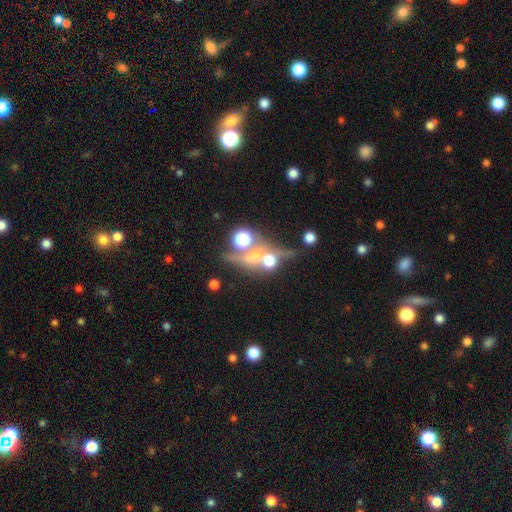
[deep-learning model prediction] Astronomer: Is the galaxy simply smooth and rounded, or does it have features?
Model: featured or disk — 39% (runner-up: smooth, 31%).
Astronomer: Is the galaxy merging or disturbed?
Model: none — 45% (runner-up: merger, 35%).